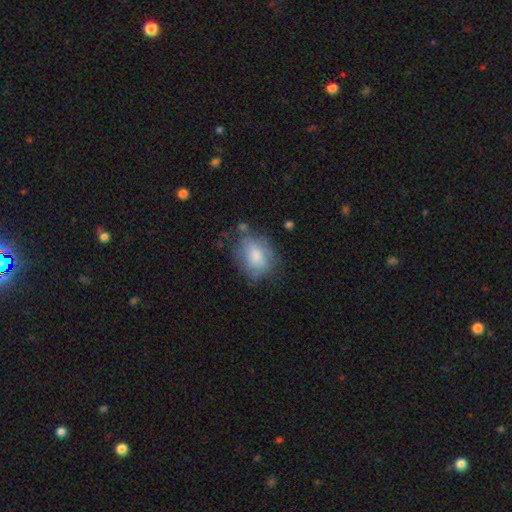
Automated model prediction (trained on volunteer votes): A smooth galaxy with no disk features (68%) that is in between round and cigar-shaped (62%). Merging: none (55%).